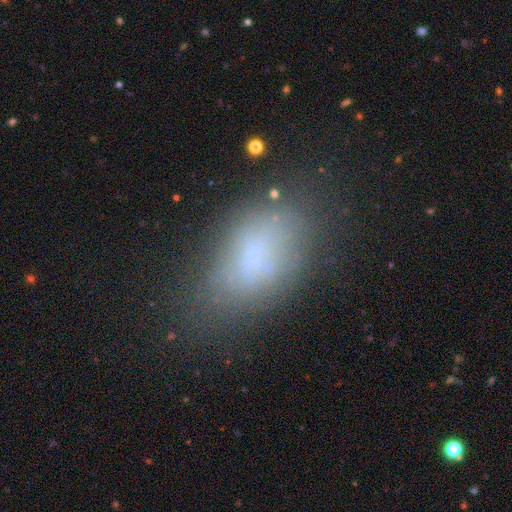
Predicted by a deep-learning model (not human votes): A smooth galaxy with no disk features (70%) that is in between round and cigar-shaped (90%).

Vote fractions:
- Smooth or featured? smooth: 70% / featured or disk: 18% / star or artifact: 12%
- How rounded? in between: 90% / round: 6% / cigar-shaped: 3%
- Merging? none: 59% / minor disturbance: 25% / major disturbance: 13% / merger: 3%